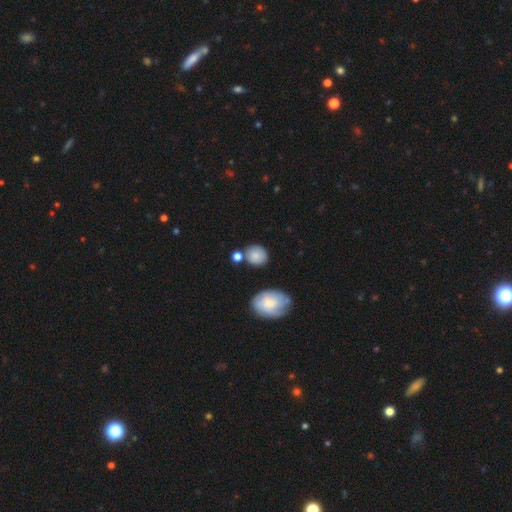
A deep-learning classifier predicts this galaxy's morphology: Smooth or featured? smooth (80%)
How rounded? round (77%)
Merging? none (72%)